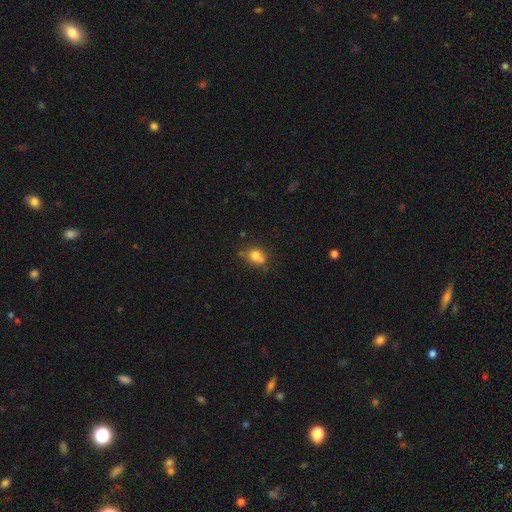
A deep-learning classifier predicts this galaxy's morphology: smooth 75%, featured or disk 14%, star or artifact 12%. Down the decision tree: how rounded — round (62%); merging — none (50%).